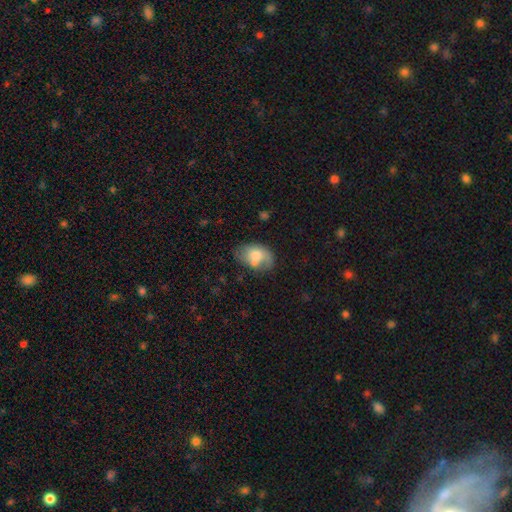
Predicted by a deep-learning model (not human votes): Morphology: type=smooth (64%); roundness=in between (84%); merging=none (48%).